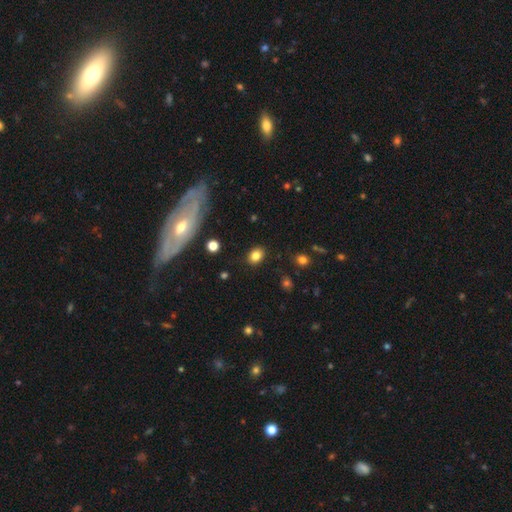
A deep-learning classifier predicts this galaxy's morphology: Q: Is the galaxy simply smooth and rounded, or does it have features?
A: smooth — 82%.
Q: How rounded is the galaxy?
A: in between — 60%.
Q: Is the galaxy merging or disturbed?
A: none — 87%.